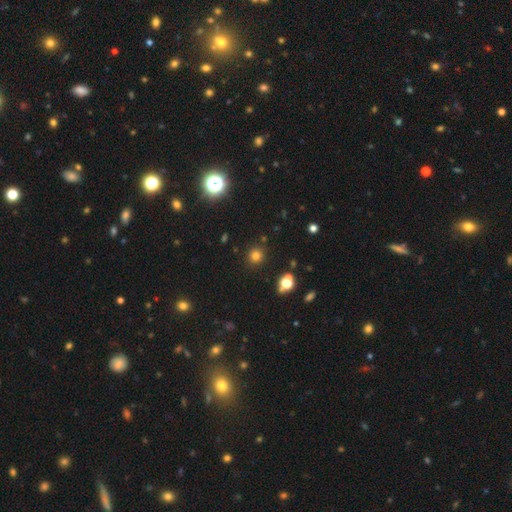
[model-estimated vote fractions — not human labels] The model was most divided on "smooth or featured": smooth: 75%, star or artifact: 19%, featured or disk: 6%. More confident: how rounded — round (91%); merging — none (88%).